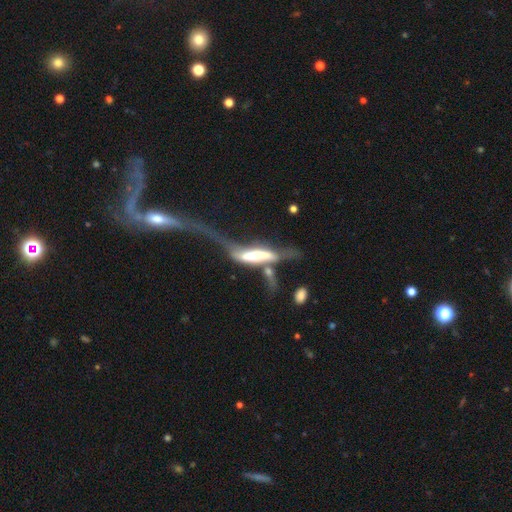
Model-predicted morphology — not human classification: featured or disk 59%, smooth 34%, star or artifact 7%. Down the decision tree: edge-on disk — yes (58%); merging — major disturbance (44%).